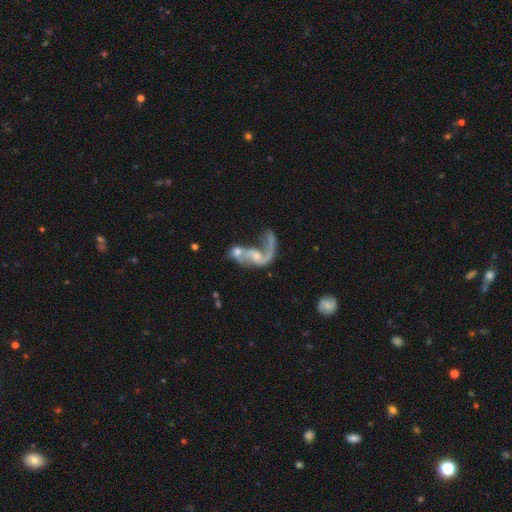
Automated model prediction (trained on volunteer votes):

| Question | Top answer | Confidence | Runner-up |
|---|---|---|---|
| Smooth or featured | featured or disk | 77% | smooth (14%) |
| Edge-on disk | no | 95% | yes (5%) |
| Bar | no | 57% | weak (33%) |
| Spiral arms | yes | 79% | no (21%) |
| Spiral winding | loose | 80% | medium (15%) |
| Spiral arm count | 1 | 48% | 2 (45%) |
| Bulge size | small | 45% | moderate (31%) |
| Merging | merger | 52% | major disturbance (22%) |